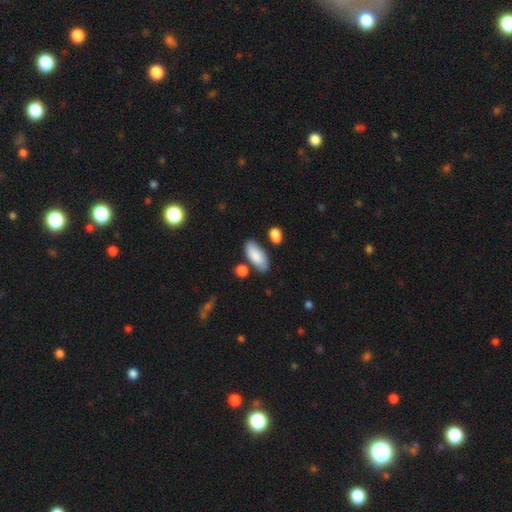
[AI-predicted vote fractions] Smooth or featured? smooth (85%)
How rounded? in between (89%)
Merging? none (74%)